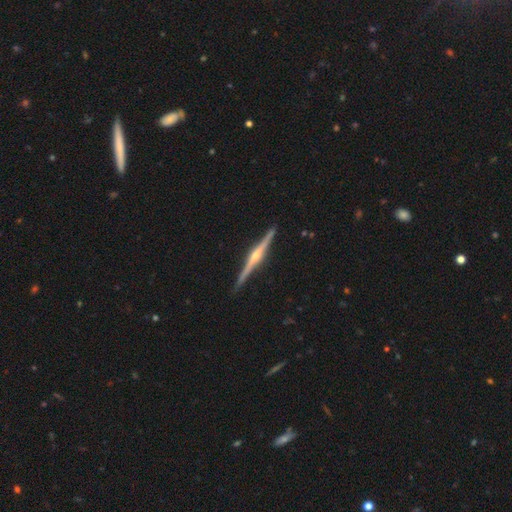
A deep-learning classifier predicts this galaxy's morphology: Q: Smooth or featured?
A: featured or disk (87%); runner-up: smooth (8%)
Q: Edge-on disk?
A: yes (99%); runner-up: no (1%)
Q: Edge-on bulge?
A: rounded (86%); runner-up: boxy (9%)
Q: Merging?
A: none (91%); runner-up: minor disturbance (6%)